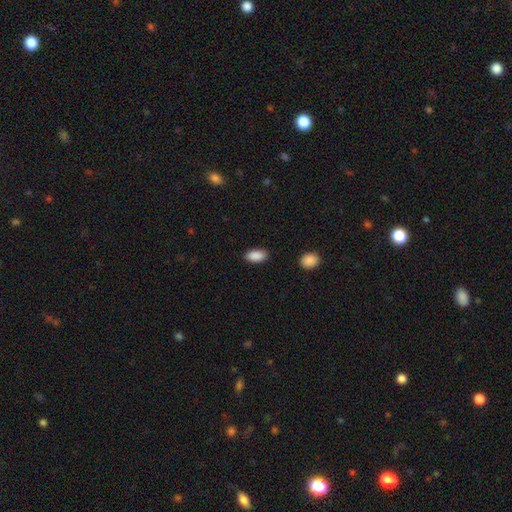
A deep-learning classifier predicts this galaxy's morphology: A smooth galaxy with no disk features (90%) that is in between round and cigar-shaped (93%). Merging: none (88%).